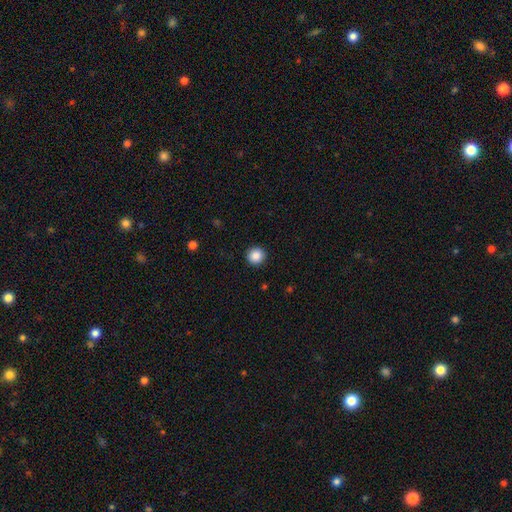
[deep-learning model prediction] Smooth or featured? smooth (87%)
How rounded? round (95%)
Merging? none (93%)